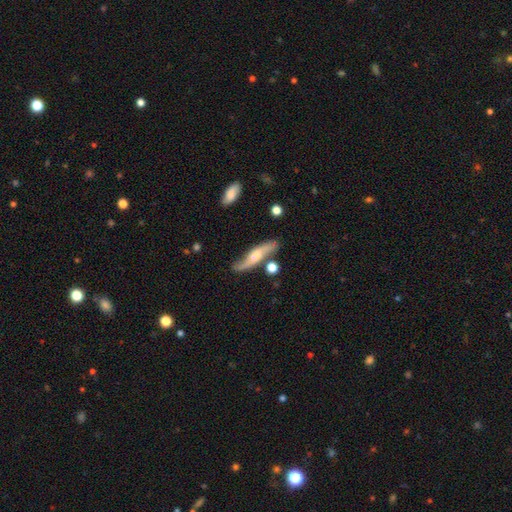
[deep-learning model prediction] A featured or disk galaxy (66%). Merging: none (71%).